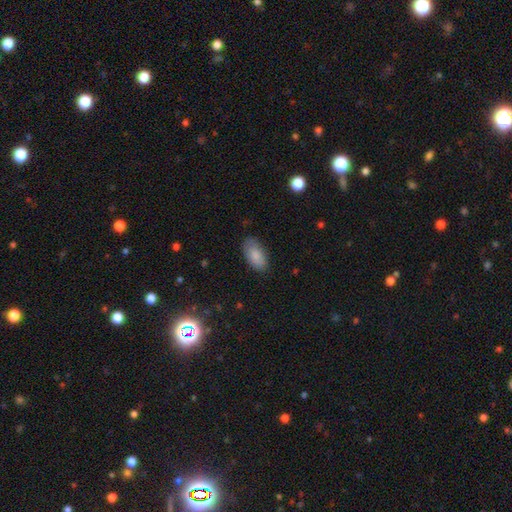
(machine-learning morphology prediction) A smooth galaxy with no disk features (84%) that is in between round and cigar-shaped (94%).

Vote fractions:
- Smooth or featured? smooth: 84% / featured or disk: 9% / star or artifact: 6%
- How rounded? in between: 94% / cigar-shaped: 3% / round: 3%
- Merging? none: 80% / minor disturbance: 16% / major disturbance: 3% / merger: 1%